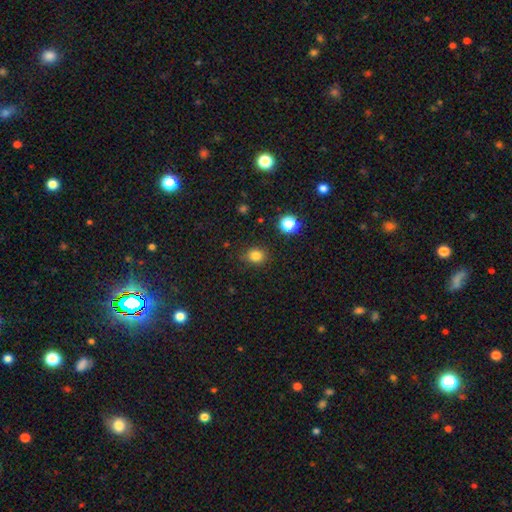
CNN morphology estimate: smooth-or-featured: smooth: 81% | star or artifact: 14% | featured or disk: 5%
  how-rounded: round: 65% | in between: 34% | cigar-shaped: 1%
  merging: none: 84% | minor disturbance: 12% | major disturbance: 3% | merger: 2%